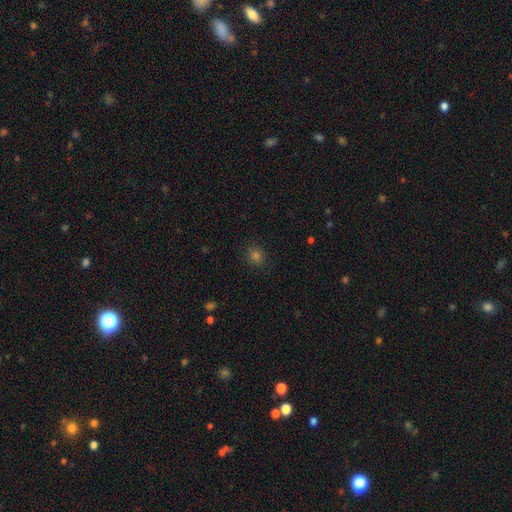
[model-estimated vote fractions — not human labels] Morphology: type=smooth (73%); roundness=round (82%); merging=none (88%).